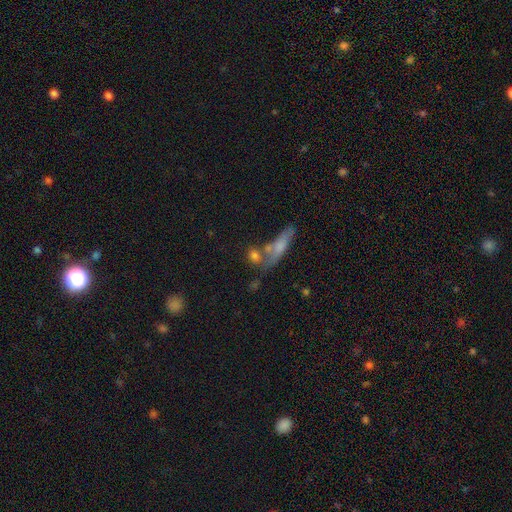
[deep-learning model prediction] Smooth or featured? smooth (56%)
How rounded? cigar-shaped (36%)
Merging? none (53%)